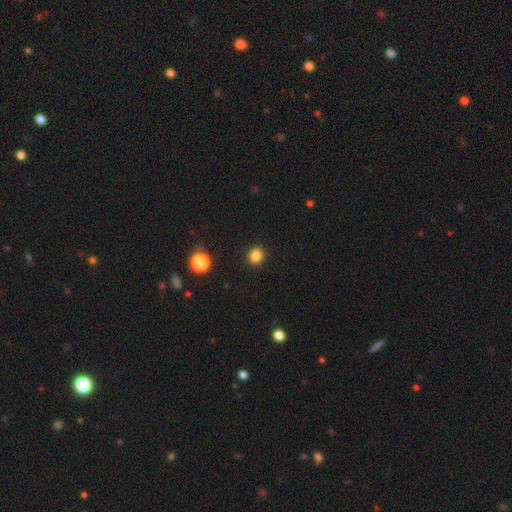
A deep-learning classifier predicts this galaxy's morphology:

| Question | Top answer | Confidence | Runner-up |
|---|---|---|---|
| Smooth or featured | smooth | 84% | star or artifact (12%) |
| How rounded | round | 82% | in between (17%) |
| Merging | none | 92% | minor disturbance (5%) |